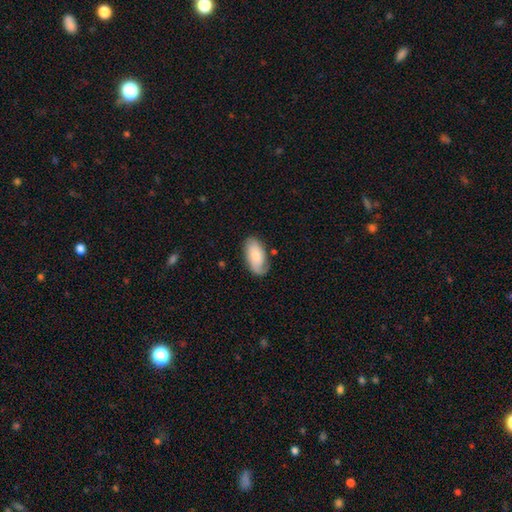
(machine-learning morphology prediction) Overall: smooth (65%; featured or disk 28%). How rounded: in between (94%). Merging: none (72%).